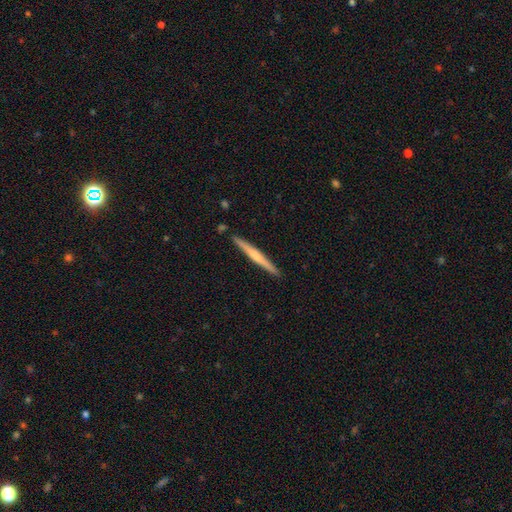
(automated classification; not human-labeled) A featured or disk galaxy (55%) viewed edge-on (98%) with a rounded central bulge (50%). Merging: none (91%).